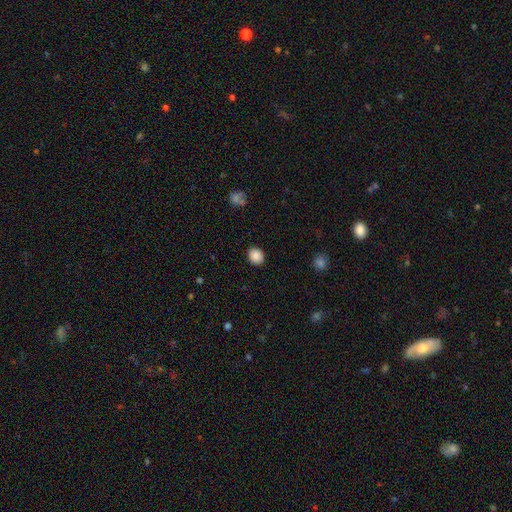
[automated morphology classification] Q: Smooth or featured?
A: smooth (88%); runner-up: star or artifact (9%)
Q: How rounded?
A: round (71%); runner-up: in between (28%)
Q: Merging?
A: none (90%); runner-up: minor disturbance (7%)